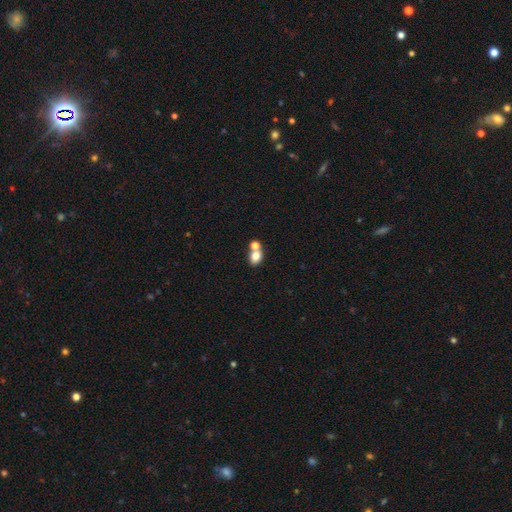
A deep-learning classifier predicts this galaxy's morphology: Smooth or featured? smooth (78%)
How rounded? in between (56%)
Merging? merger (47%)